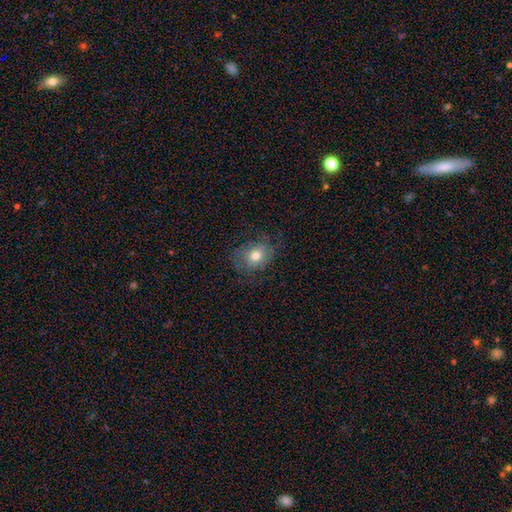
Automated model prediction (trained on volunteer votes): This is likely a smooth galaxy (61%). How rounded: possibly round (55%). Merging: likely none (67%).